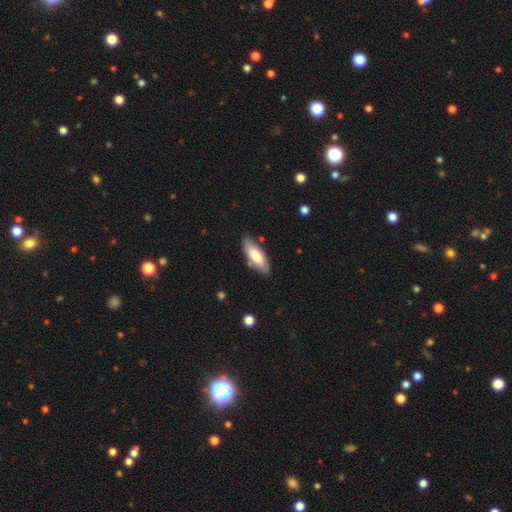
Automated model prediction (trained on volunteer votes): Q: Smooth or featured?
A: smooth (74%); runner-up: featured or disk (20%)
Q: How rounded?
A: in between (66%); runner-up: cigar-shaped (33%)
Q: Merging?
A: none (82%); runner-up: minor disturbance (13%)